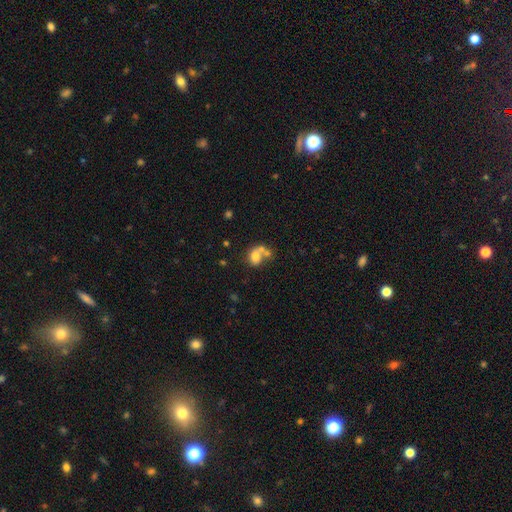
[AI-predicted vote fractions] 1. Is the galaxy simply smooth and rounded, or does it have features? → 68% smooth, 21% featured or disk, 12% star or artifact.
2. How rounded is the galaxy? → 58% in between, 41% round, 1% cigar-shaped.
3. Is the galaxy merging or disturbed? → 55% merger, 25% none, 10% minor disturbance, 9% major disturbance.